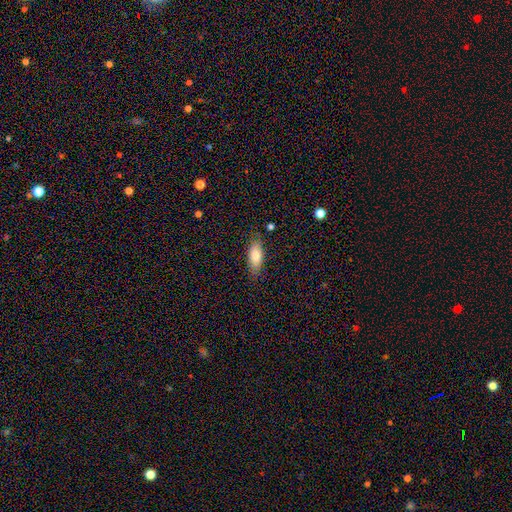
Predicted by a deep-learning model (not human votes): Smooth or featured?
  - smooth: 79% *
  - featured or disk: 14%
  - star or artifact: 7%
How rounded?
  - in between: 81% *
  - cigar-shaped: 16%
  - round: 2%
Merging?
  - none: 84% *
  - minor disturbance: 12%
  - major disturbance: 3%
  - merger: 2%